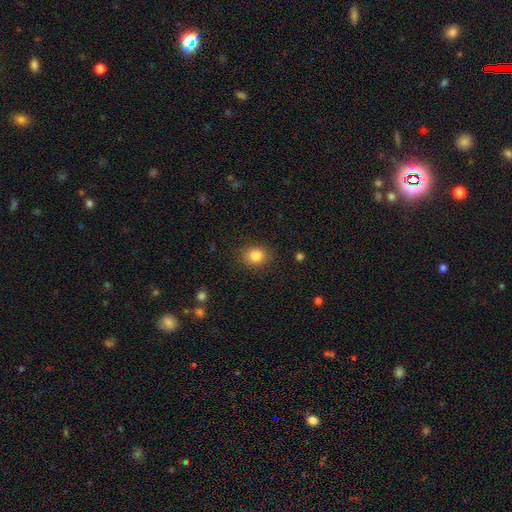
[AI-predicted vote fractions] Smooth or featured? smooth (84%)
How rounded? round (62%)
Merging? none (87%)